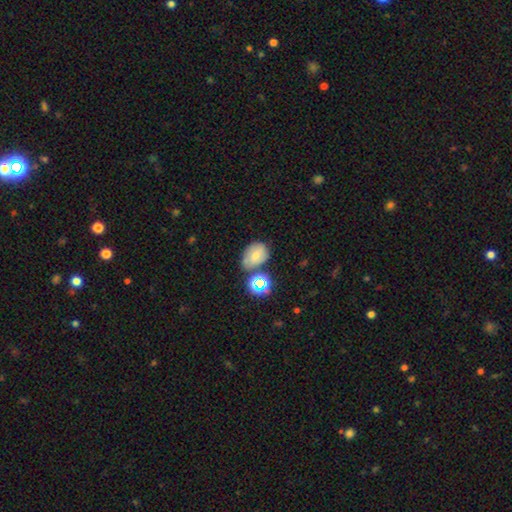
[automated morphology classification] This is possibly a smooth galaxy (58%). How rounded: likely in between (64%). Merging: possibly none (54%).